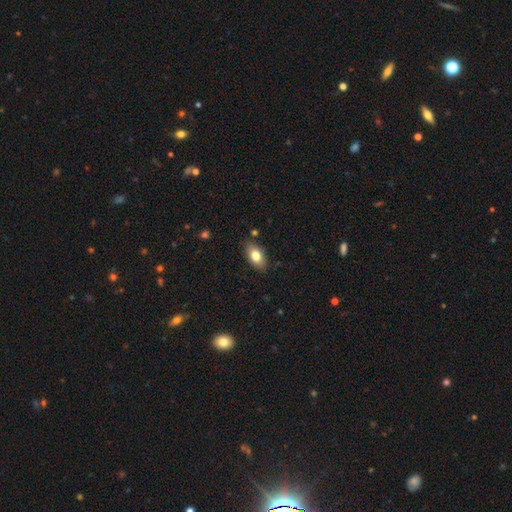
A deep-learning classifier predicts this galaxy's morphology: type=smooth (79%); roundness=in between (90%); merging=none (84%).